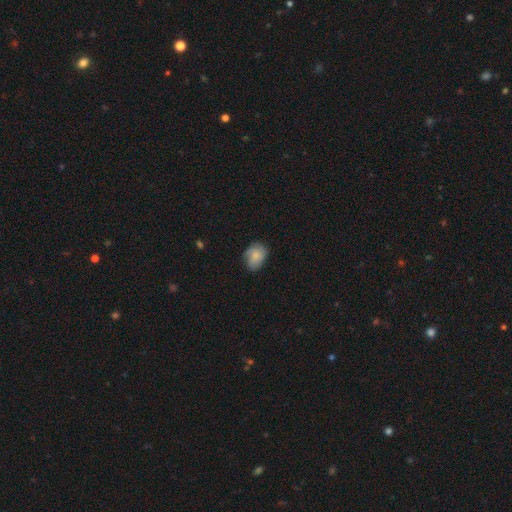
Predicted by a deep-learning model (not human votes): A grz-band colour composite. It shows a smooth galaxy with no disk features (69%) that is in between round and cigar-shaped (68%). Merging: none (65%).